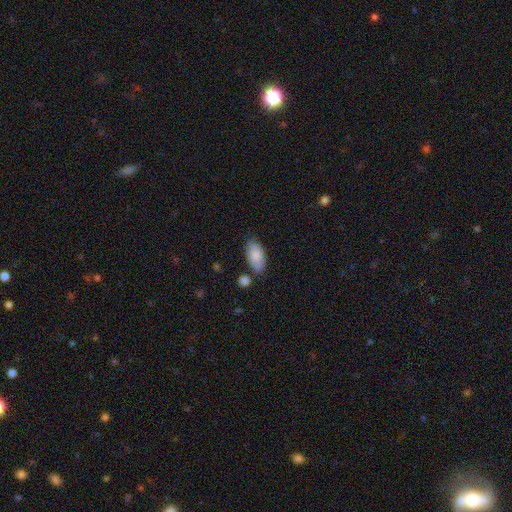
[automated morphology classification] smooth 84%, featured or disk 10%, star or artifact 6%. Down the decision tree: how rounded — in between (92%); merging — none (66%).